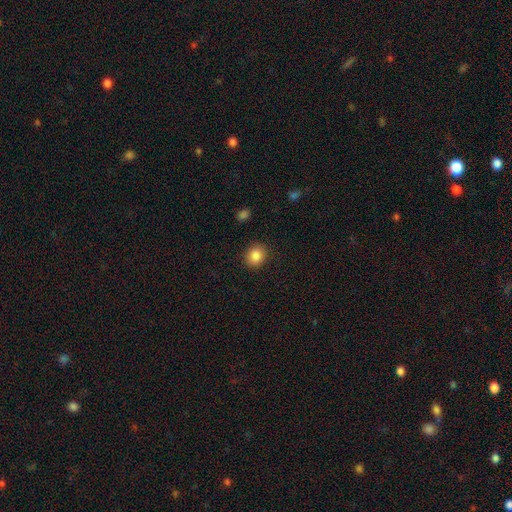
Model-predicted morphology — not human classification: Smooth or featured? smooth (86%)
How rounded? round (72%)
Merging? none (88%)